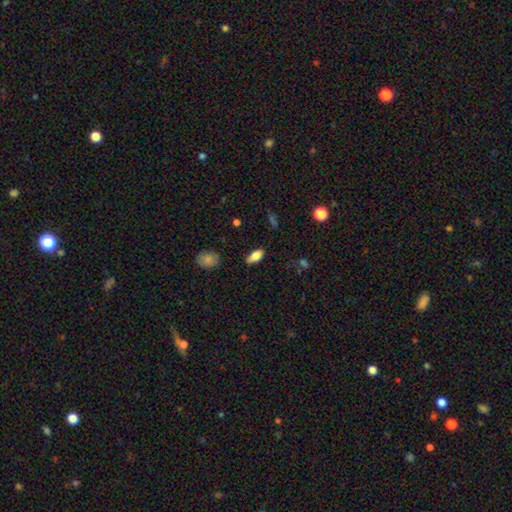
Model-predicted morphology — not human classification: Smooth or featured? Predicted: smooth (p=0.77). How rounded? Predicted: in between (p=0.86). Merging? Predicted: none (p=0.84).